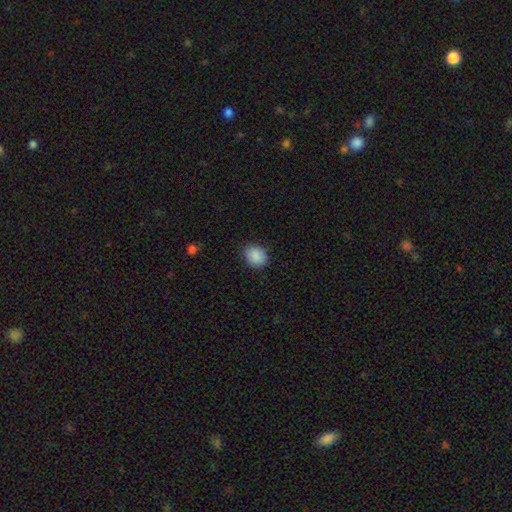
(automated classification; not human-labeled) Morphology: type=smooth (89%); roundness=round (57%); merging=none (84%).